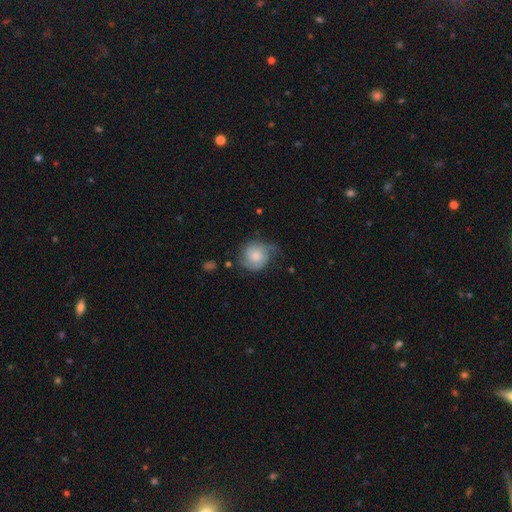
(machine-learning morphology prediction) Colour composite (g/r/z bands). It shows a featured or disk galaxy (61%) with no bar (71%), 2 (76%) tight (41%, tied with medium) spiral arms (92%) and a moderate central bulge (43%). Merging: none (59%).